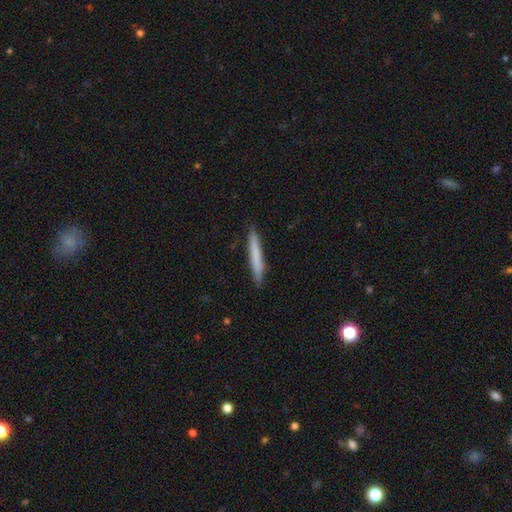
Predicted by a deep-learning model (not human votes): Smooth or featured: smooth — 73% (featured or disk — 21%)
How rounded: cigar-shaped — 96% (in between — 2%)
Merging: none — 91% (minor disturbance — 7%)